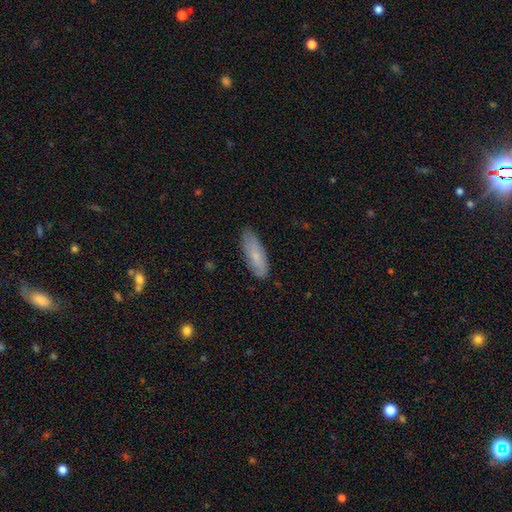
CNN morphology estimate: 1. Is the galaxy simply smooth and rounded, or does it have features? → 66% smooth, 27% featured or disk, 7% star or artifact.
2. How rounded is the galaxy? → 62% in between, 36% cigar-shaped, 2% round.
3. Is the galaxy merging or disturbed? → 79% none, 17% minor disturbance, 3% major disturbance, 1% merger.